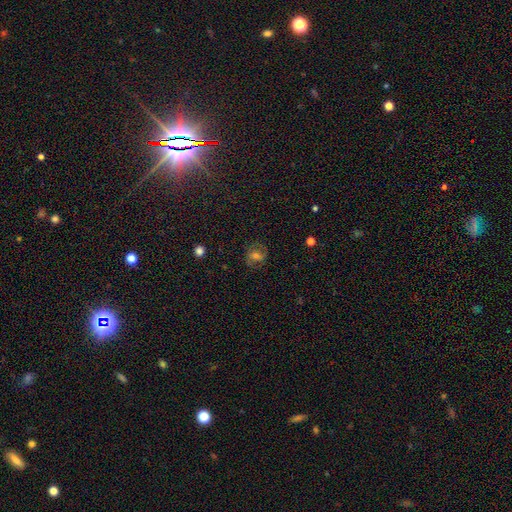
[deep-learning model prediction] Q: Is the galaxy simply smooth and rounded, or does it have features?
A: featured or disk — 43%.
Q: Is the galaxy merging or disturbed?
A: none — 77%.